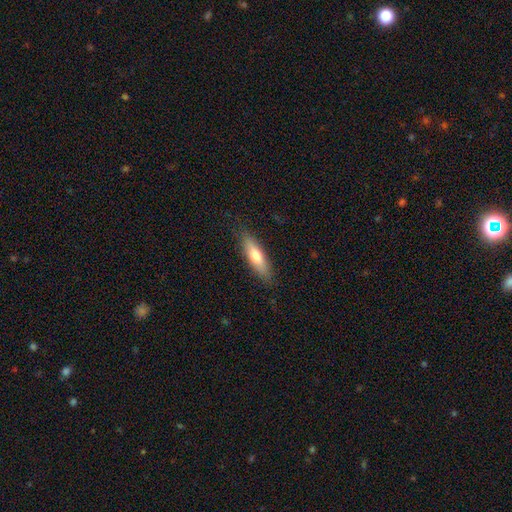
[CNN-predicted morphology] smooth 69%, featured or disk 25%, star or artifact 6%. Down the decision tree: how rounded — cigar-shaped (60%); merging — none (85%).